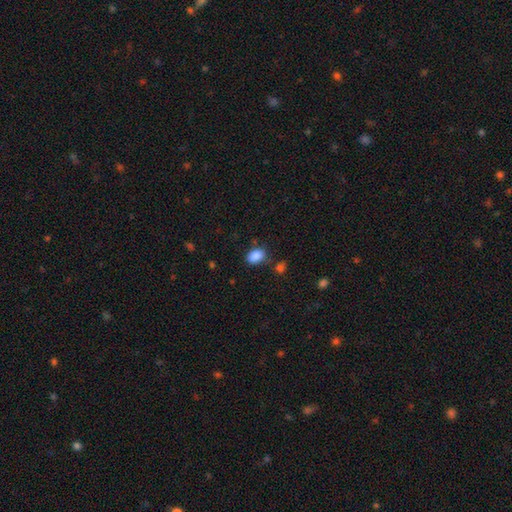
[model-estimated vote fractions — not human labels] Morphology: type=smooth (87%); roundness=in between (81%); merging=none (74%).